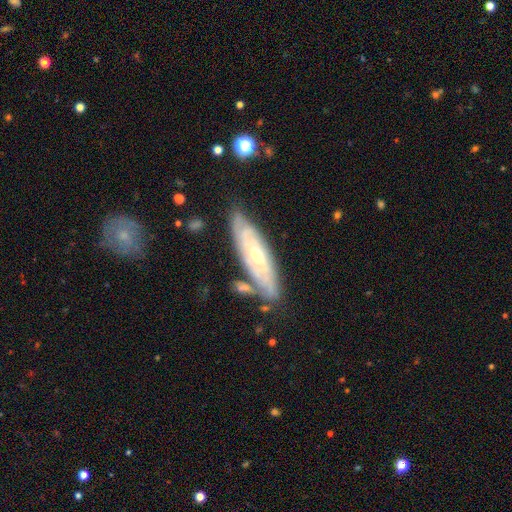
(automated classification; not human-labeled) Overall: featured or disk (75%). Edge-on disk: no (73%). Bar: no (60%; weak 31%). Spiral arms: yes (88%). Bulge size: moderate (50%; small 46%). Merging: none (73%).